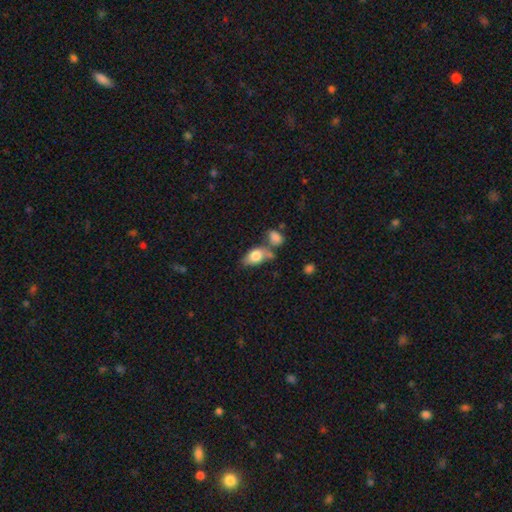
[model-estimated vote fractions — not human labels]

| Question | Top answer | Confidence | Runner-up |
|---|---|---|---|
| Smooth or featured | smooth | 78% | featured or disk (15%) |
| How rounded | in between | 87% | round (9%) |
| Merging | none | 47% | merger (29%) |